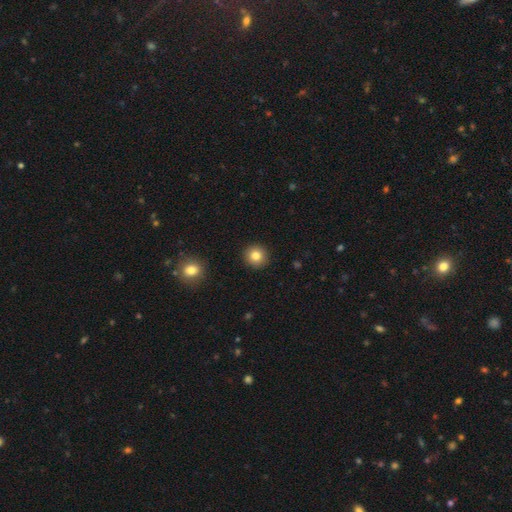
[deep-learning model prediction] This is clearly a smooth galaxy (82%). How rounded: clearly round (93%). Merging: clearly none (92%).